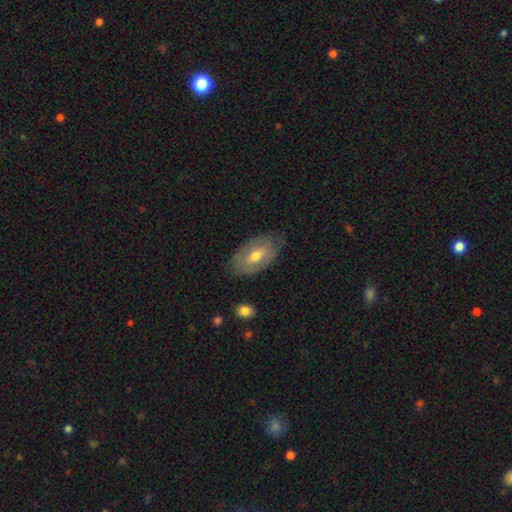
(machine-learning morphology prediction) Overall: featured or disk (50%; smooth 43%). Edge-on disk: no (88%). Merging: none (76%).